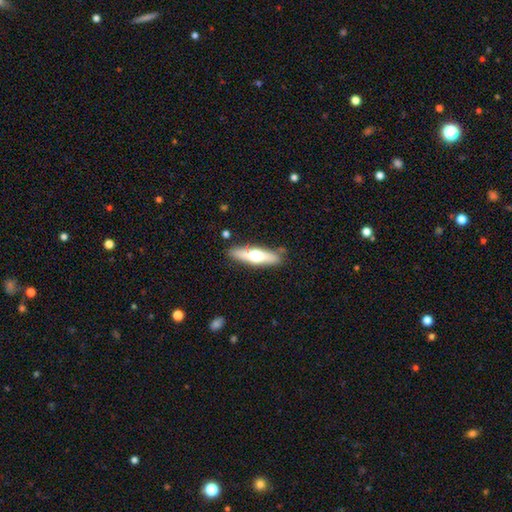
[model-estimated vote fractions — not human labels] Smooth or featured? Predicted: featured or disk (p=0.49). Merging? Predicted: none (p=0.84).